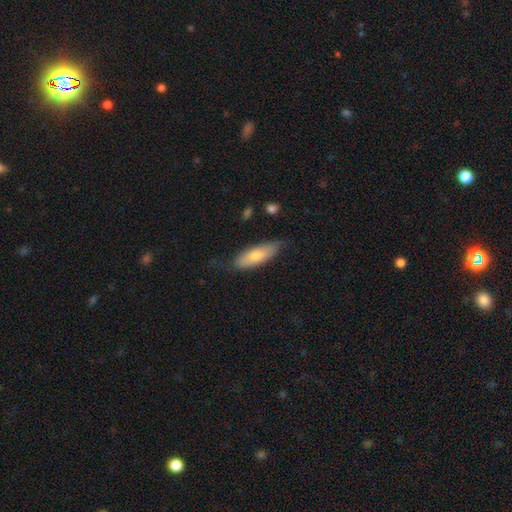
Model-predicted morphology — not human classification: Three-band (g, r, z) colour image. It shows a smooth galaxy with no disk features (73%) that is in between round and cigar-shaped (65%). Merging: none (70%).